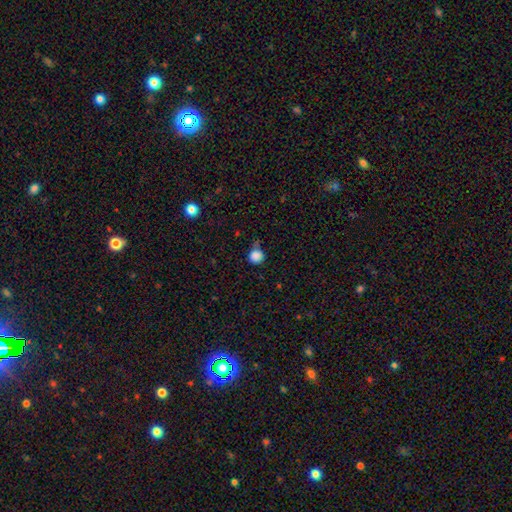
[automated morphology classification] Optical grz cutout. It shows a smooth galaxy with no disk features (85%) that is round (87%). Merging: none (53%).